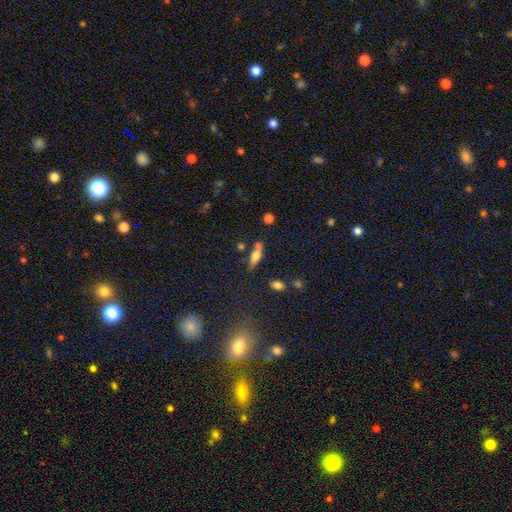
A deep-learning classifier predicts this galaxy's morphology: Overall: smooth (61%; featured or disk 29%). How rounded: in between (56%; cigar-shaped 39%). Merging: none (59%; merger 20%).